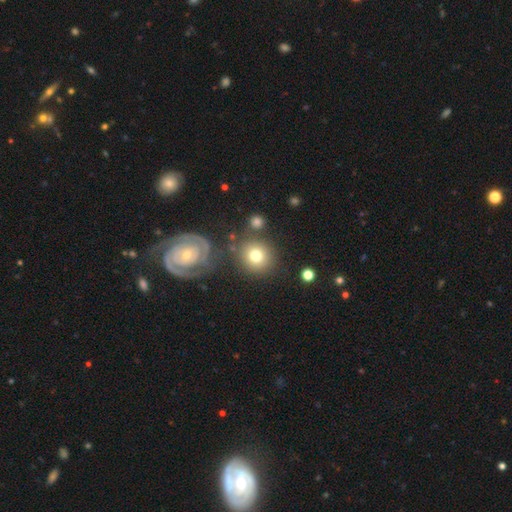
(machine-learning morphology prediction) A smooth galaxy with no disk features (73%) that is round (89%). Merging: none (73%).